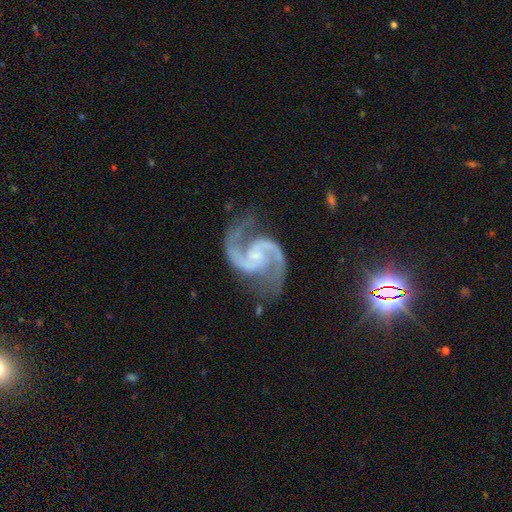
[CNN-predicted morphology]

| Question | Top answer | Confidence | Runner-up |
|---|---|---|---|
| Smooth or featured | featured or disk | 94% | star or artifact (4%) |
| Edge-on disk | no | 98% | yes (2%) |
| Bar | no | 51% | weak (37%) |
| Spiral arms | yes | 99% | no (1%) |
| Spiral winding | medium | 64% | loose (24%) |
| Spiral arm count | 2 | 94% | 3 (1%) |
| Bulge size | small | 61% | moderate (18%) |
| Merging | none | 75% | minor disturbance (16%) |